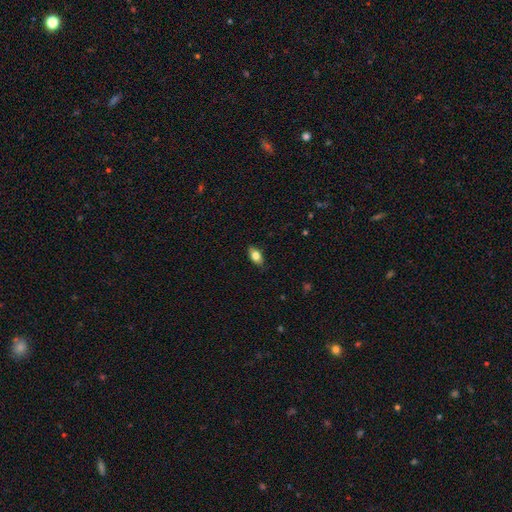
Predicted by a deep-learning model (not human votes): Smooth or featured?
  - smooth: 80% *
  - featured or disk: 13%
  - star or artifact: 7%
How rounded?
  - in between: 89% *
  - round: 7%
  - cigar-shaped: 5%
Merging?
  - none: 85% *
  - minor disturbance: 12%
  - major disturbance: 2%
  - merger: 1%